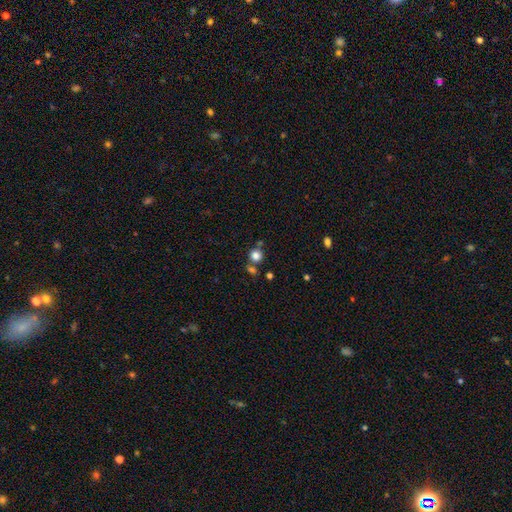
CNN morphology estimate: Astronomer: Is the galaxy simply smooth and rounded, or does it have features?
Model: smooth — 81%.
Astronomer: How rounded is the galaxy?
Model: round — 90%.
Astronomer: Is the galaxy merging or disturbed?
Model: none — 69%.